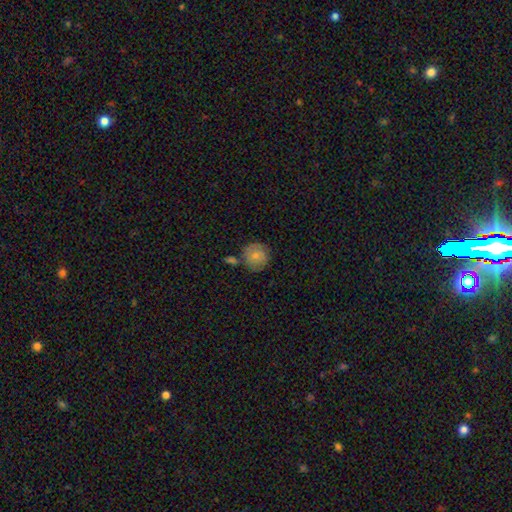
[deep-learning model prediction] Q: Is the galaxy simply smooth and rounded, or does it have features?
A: smooth — 69%.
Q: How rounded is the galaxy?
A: round — 90%.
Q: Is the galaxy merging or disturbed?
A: none — 64%.